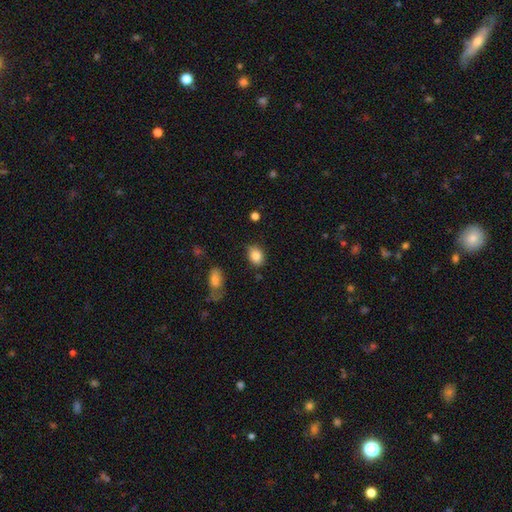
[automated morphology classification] Smooth or featured?
  - smooth: 85% *
  - star or artifact: 9%
  - featured or disk: 6%
How rounded?
  - in between: 66% *
  - round: 32%
  - cigar-shaped: 1%
Merging?
  - none: 74% *
  - minor disturbance: 19%
  - major disturbance: 4%
  - merger: 3%